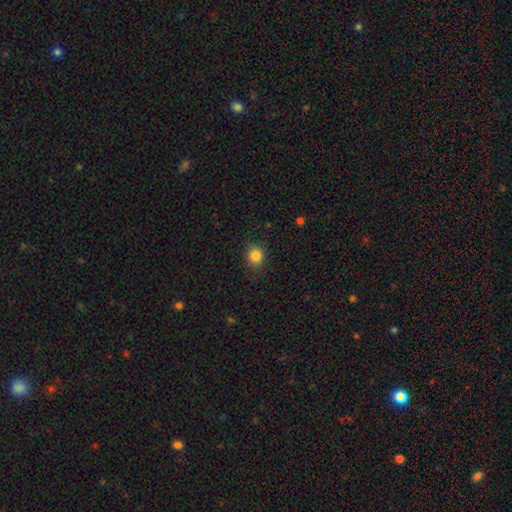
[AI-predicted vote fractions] Morphology: type=smooth (84%); roundness=round (83%); merging=none (88%).